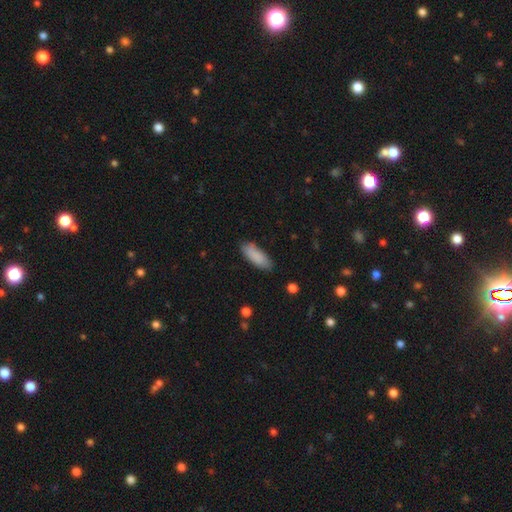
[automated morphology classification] type=smooth (88%); roundness=in between (71%); merging=none (82%).